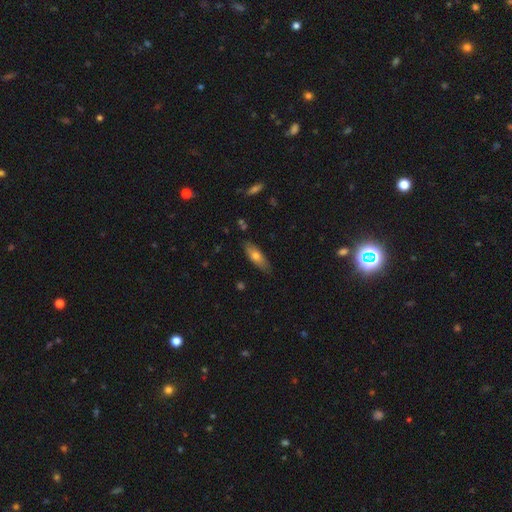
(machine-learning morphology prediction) Smooth or featured? Predicted: smooth (p=0.66). How rounded? Predicted: in between (p=0.53). Merging? Predicted: none (p=0.83).